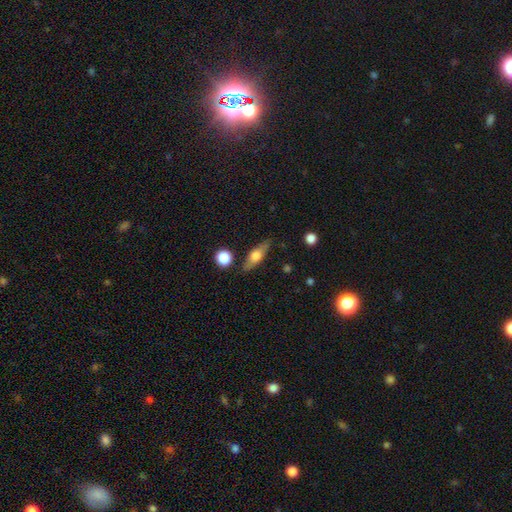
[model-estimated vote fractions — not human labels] A smooth galaxy with no disk features (50%) that is in between round and cigar-shaped (48%). Merging: none (81%).